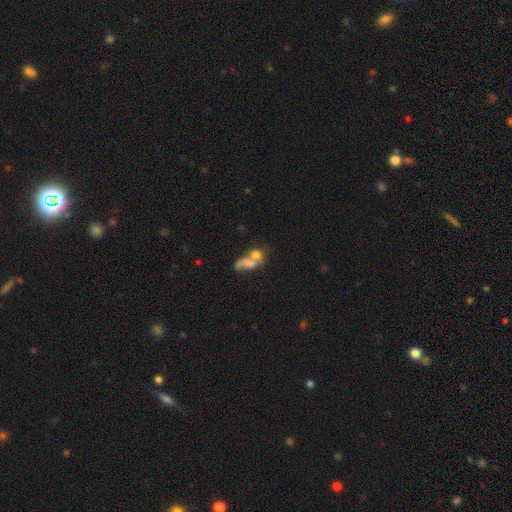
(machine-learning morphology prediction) This appears to be a smooth galaxy with no disk features (56%) that is in between round and cigar-shaped (67%). Merging: merger (60%).